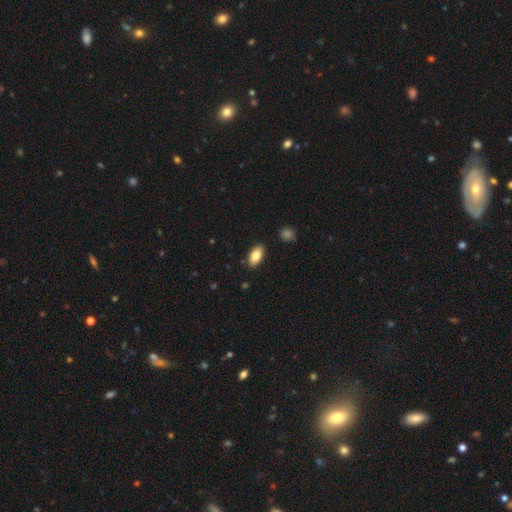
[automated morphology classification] Smooth or featured? smooth (84%)
How rounded? in between (93%)
Merging? none (88%)